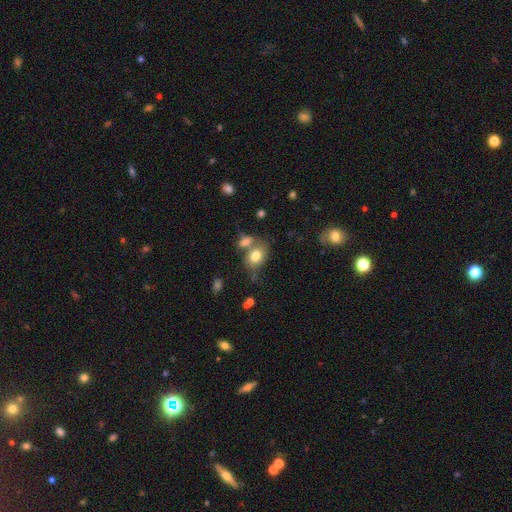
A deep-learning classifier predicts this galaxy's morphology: Q: Smooth or featured?
A: smooth (78%); runner-up: featured or disk (12%)
Q: How rounded?
A: in between (65%); runner-up: round (34%)
Q: Merging?
A: none (45%); runner-up: merger (35%)